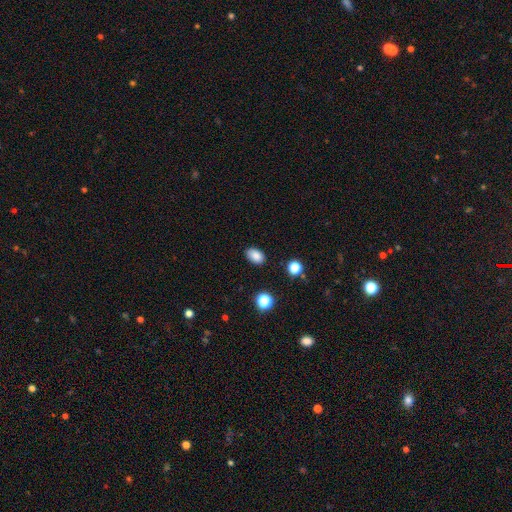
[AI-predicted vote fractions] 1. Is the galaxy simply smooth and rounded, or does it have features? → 85% smooth, 11% star or artifact, 4% featured or disk.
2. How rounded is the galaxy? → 85% in between, 14% round, 1% cigar-shaped.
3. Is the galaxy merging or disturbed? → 87% none, 10% minor disturbance, 2% major disturbance, 1% merger.